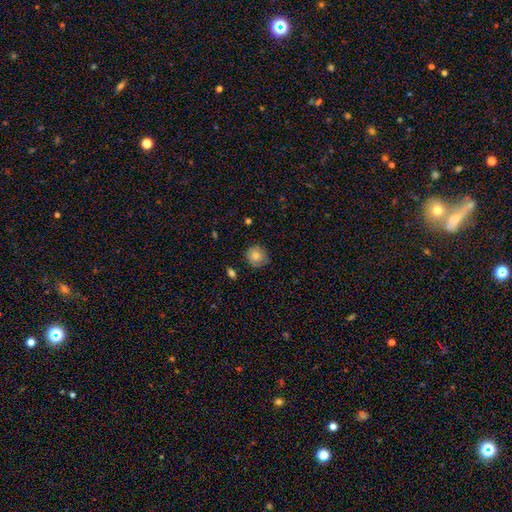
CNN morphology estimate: Q: Smooth or featured?
A: smooth (78%); runner-up: featured or disk (14%)
Q: How rounded?
A: round (88%); runner-up: in between (11%)
Q: Merging?
A: none (81%); runner-up: minor disturbance (15%)